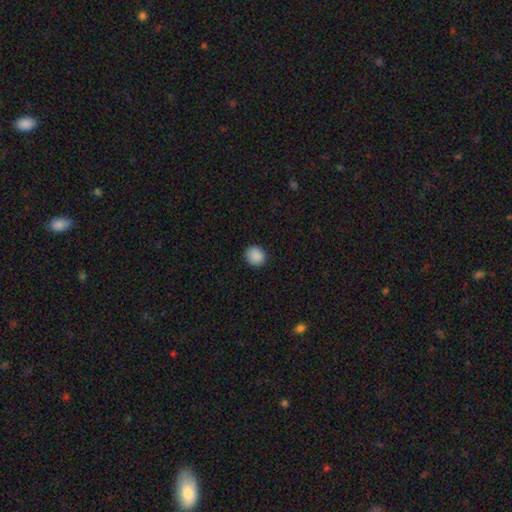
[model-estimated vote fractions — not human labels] This is clearly a smooth galaxy (89%). How rounded: likely round (77%). Merging: clearly none (89%).